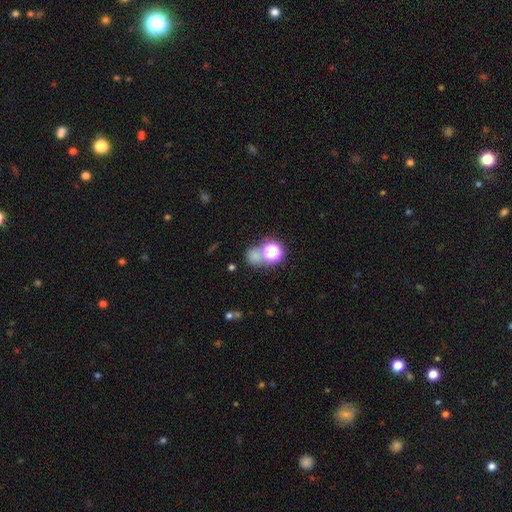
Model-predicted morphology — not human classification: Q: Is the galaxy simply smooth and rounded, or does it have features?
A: smooth — 59%.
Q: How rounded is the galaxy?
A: round — 77%.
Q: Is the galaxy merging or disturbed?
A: none — 56%.